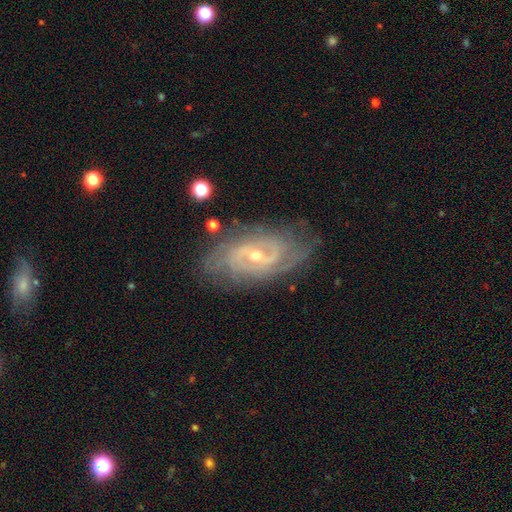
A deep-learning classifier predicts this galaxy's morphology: Overall: featured or disk (88%). Edge-on disk: no (94%). Bar: weak (46%; no 30%). Spiral arms: yes (96%). Spiral arm count: 2 (40%; can't tell 27%). Spiral winding: tight (60%; medium 32%). Bulge size: small (58%; moderate 39%). Merging: none (74%).